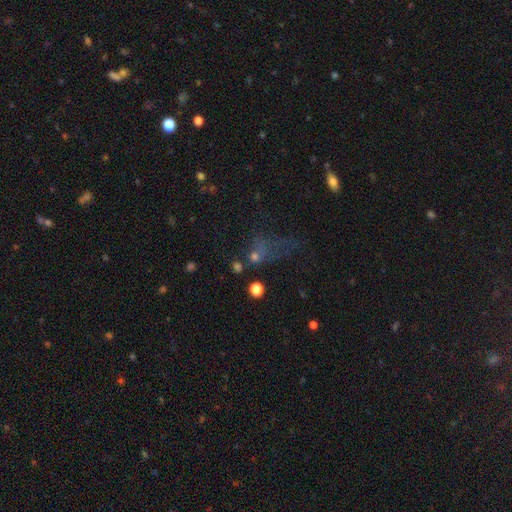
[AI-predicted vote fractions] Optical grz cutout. It shows a smooth galaxy with no disk features (41%). Merging: major disturbance (41%).